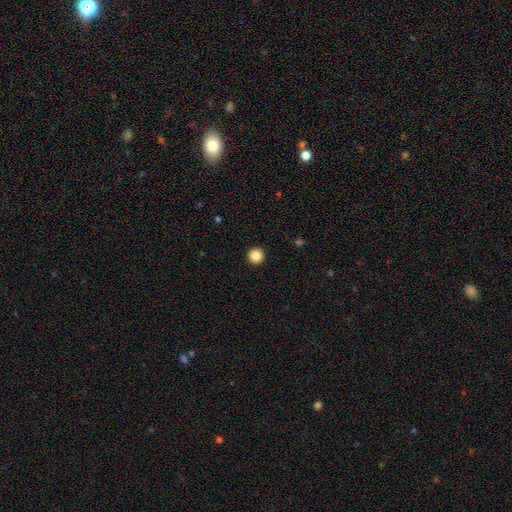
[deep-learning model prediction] Smooth or featured? smooth (87%)
How rounded? round (97%)
Merging? none (94%)